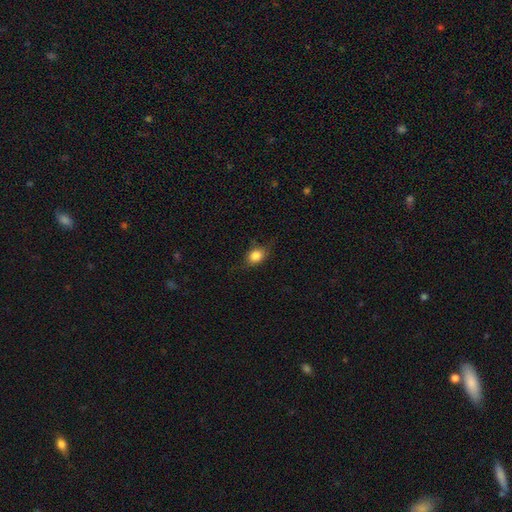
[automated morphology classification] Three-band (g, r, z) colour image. It shows a smooth galaxy with no disk features (81%) that is in between round and cigar-shaped (51%). Merging: none (70%).